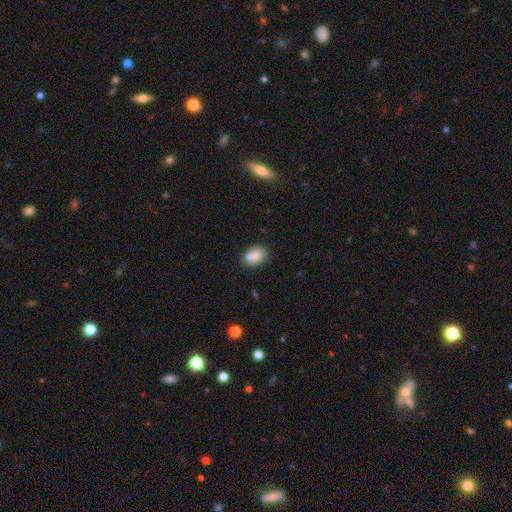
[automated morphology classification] smooth-or-featured: smooth: 76% | featured or disk: 15% | star or artifact: 9%
  how-rounded: in between: 73% | round: 26% | cigar-shaped: 1%
  merging: none: 55% | merger: 27% | minor disturbance: 15% | major disturbance: 4%